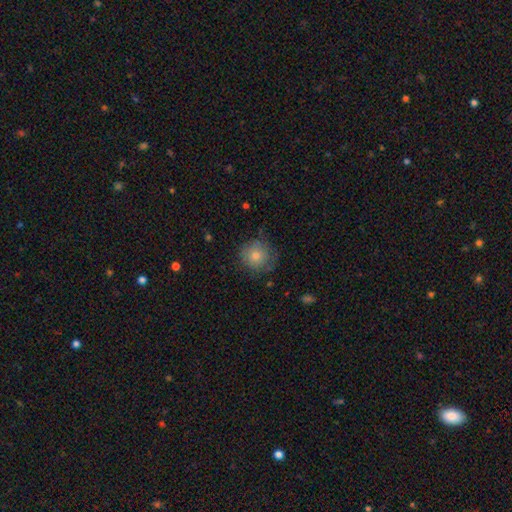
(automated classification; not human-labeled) smooth_or_featured: smooth (p=0.72) [alt: featured or disk p=0.17]
how_rounded: round (p=0.93) [alt: in between p=0.06]
merging: none (p=0.77) [alt: minor disturbance p=0.17]